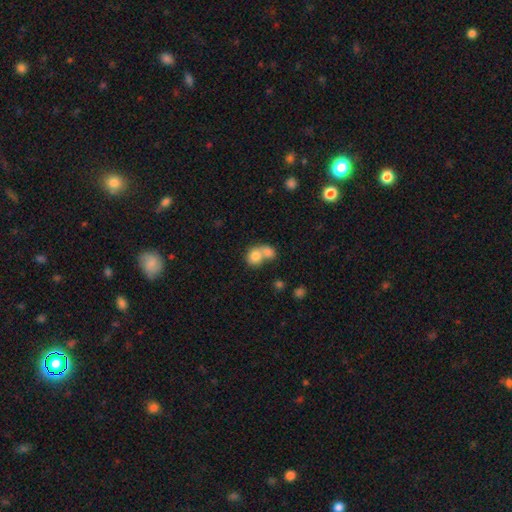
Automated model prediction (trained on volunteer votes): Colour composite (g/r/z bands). It shows a smooth galaxy with no disk features (78%) that is round (65%). Merging: merger (69%).